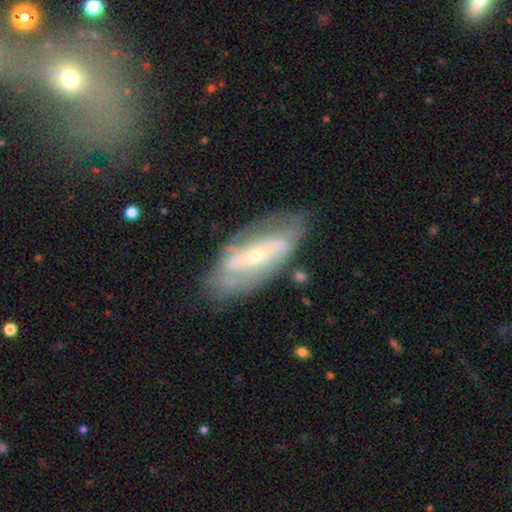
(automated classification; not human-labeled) Smooth or featured: featured or disk — 76% (smooth — 17%)
Edge-on disk: no — 87% (yes — 13%)
Bar: strong — 38% (no — 36%)
Spiral arms: yes — 70% (no — 30%)
Bulge size: small — 69% (moderate — 27%)
Merging: none — 69% (minor disturbance — 19%)